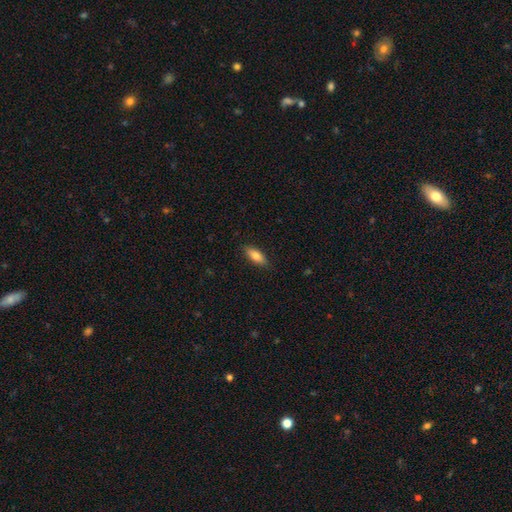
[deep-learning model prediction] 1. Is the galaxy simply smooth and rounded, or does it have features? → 80% smooth, 14% featured or disk, 6% star or artifact.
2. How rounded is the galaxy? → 71% in between, 27% cigar-shaped, 2% round.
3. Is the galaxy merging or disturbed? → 86% none, 11% minor disturbance, 2% major disturbance, 1% merger.